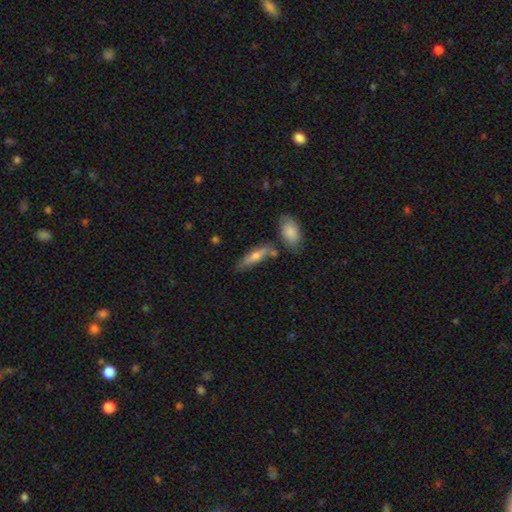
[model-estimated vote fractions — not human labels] Smooth or featured? smooth (55%)
How rounded? cigar-shaped (63%)
Merging? none (63%)